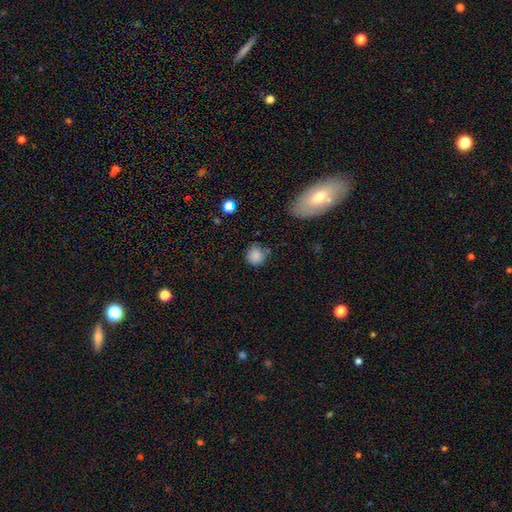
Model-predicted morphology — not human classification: type=smooth (85%); roundness=round (90%); merging=none (74%).